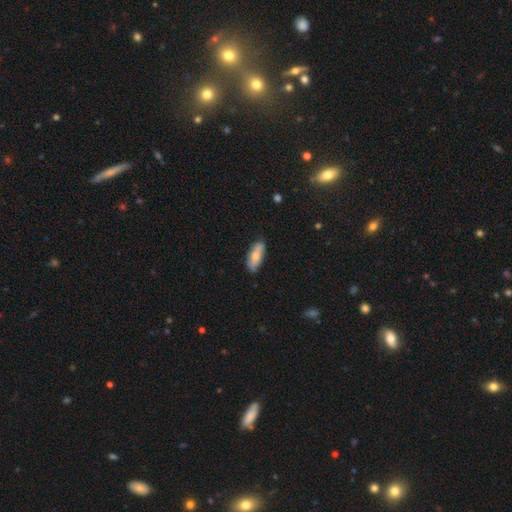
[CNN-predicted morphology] smooth 66%, featured or disk 28%, star or artifact 6%. Down the decision tree: how rounded — in between (74%); merging — none (78%).